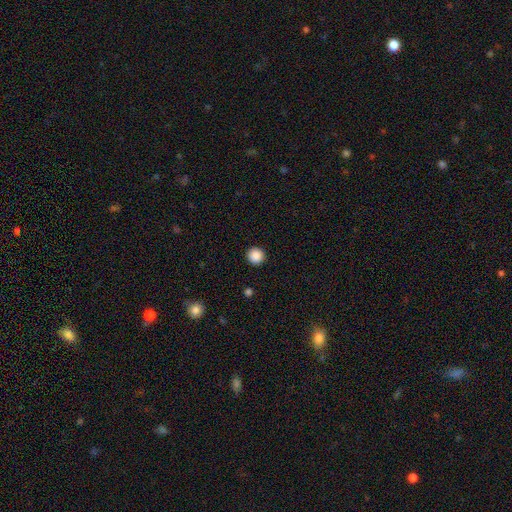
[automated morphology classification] A smooth galaxy with no disk features (88%) that is round (94%).

Vote fractions:
- Smooth or featured? smooth: 88% / star or artifact: 9% / featured or disk: 3%
- How rounded? round: 94% / in between: 5% / cigar-shaped: 1%
- Merging? none: 93% / minor disturbance: 5% / major disturbance: 2% / merger: 1%